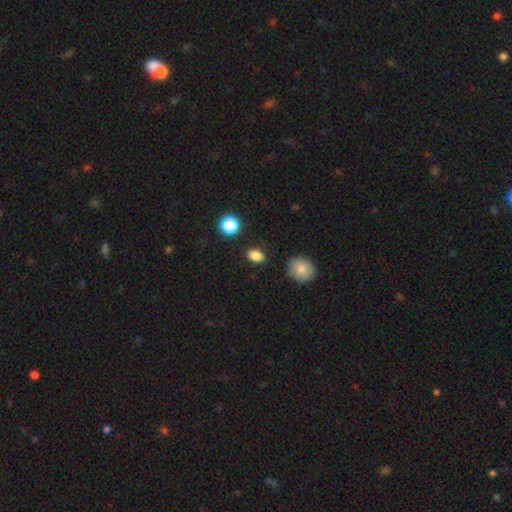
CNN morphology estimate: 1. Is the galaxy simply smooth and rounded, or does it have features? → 85% smooth, 11% star or artifact, 4% featured or disk.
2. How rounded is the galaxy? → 76% in between, 23% round, 2% cigar-shaped.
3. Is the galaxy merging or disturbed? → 87% none, 9% minor disturbance, 3% major disturbance, 2% merger.